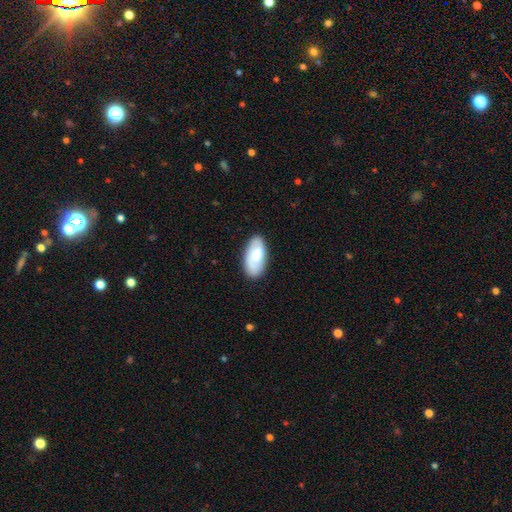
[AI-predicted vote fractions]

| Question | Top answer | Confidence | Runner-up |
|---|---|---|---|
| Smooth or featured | smooth | 68% | featured or disk (26%) |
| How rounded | in between | 92% | cigar-shaped (6%) |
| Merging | none | 82% | minor disturbance (13%) |